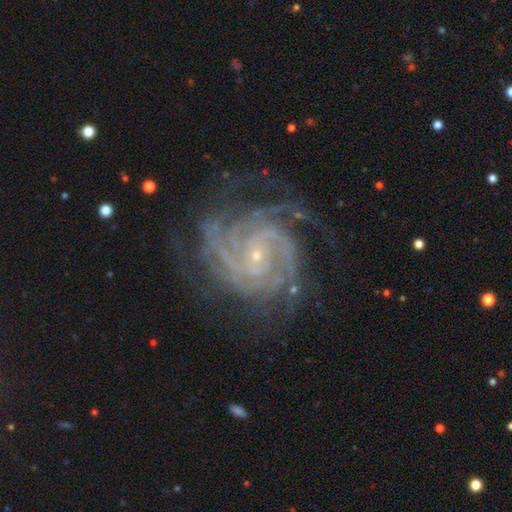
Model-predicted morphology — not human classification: Smooth or featured?
  - featured or disk: 92% *
  - star or artifact: 5%
  - smooth: 3%
Edge-on disk?
  - no: 98% *
  - yes: 2%
Bar?
  - no: 61% *
  - weak: 28%
  - strong: 12%
Spiral arms?
  - yes: 99% *
  - no: 1%
Spiral winding?
  - tight: 72% *
  - medium: 24%
  - loose: 3%
Spiral arm count?
  - 4: 27% *
  - 3: 22%
  - 2: 17%
  - can't tell: 14%
  - more than 4: 12%
  - 1: 8%
Bulge size?
  - small: 88% *
  - moderate: 8%
  - none: 2%
  - large: 1%
  - dominant: 1%
Merging?
  - none: 71% *
  - minor disturbance: 18%
  - major disturbance: 10%
  - merger: 1%